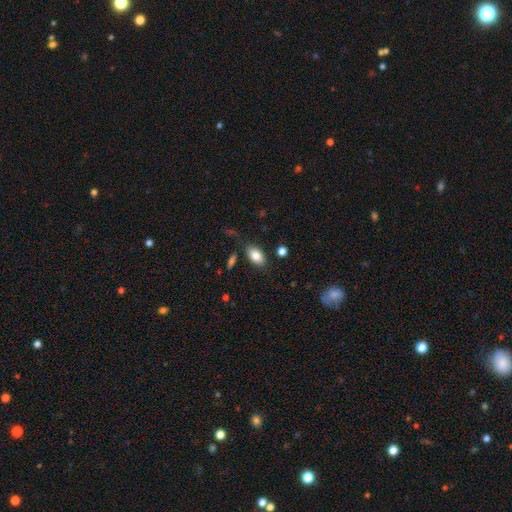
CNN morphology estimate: Overall: smooth (84%). How rounded: in between (91%). Merging: none (81%).